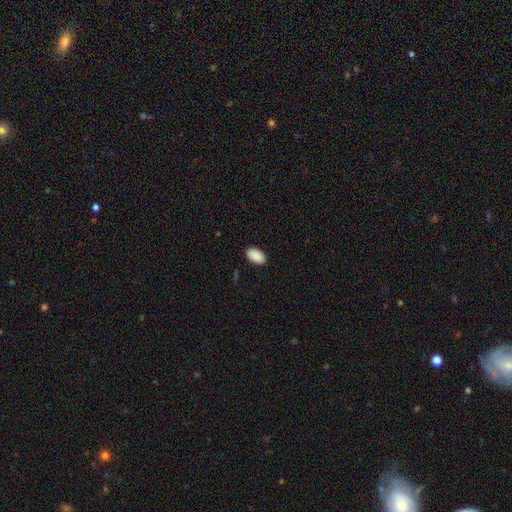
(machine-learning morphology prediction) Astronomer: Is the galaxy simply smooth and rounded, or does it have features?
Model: smooth — 91%.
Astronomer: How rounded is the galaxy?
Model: in between — 94%.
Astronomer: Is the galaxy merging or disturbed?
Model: none — 89%.